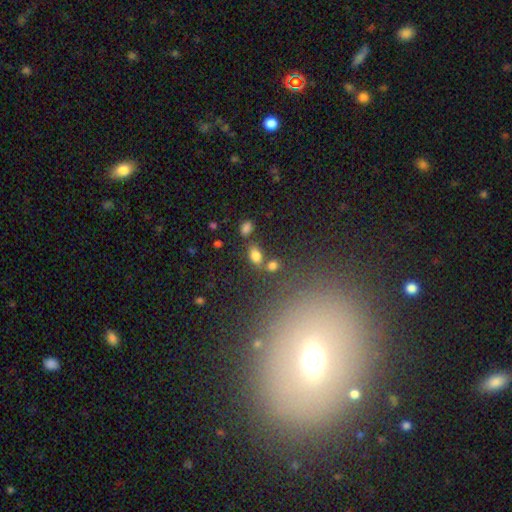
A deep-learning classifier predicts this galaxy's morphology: type=smooth (80%); roundness=in between (86%); merging=none (68%).